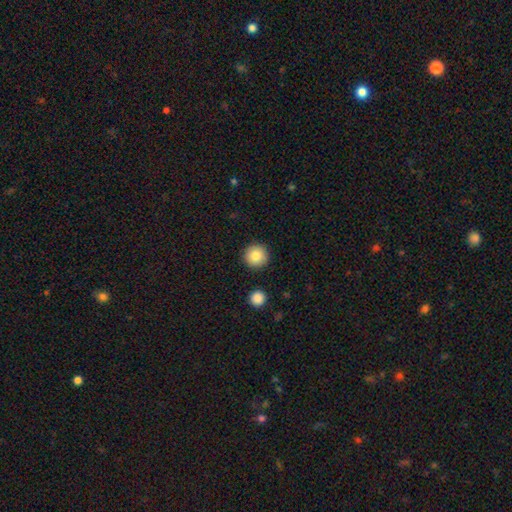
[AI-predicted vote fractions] Overall: smooth (83%). How rounded: round (96%). Merging: none (91%).